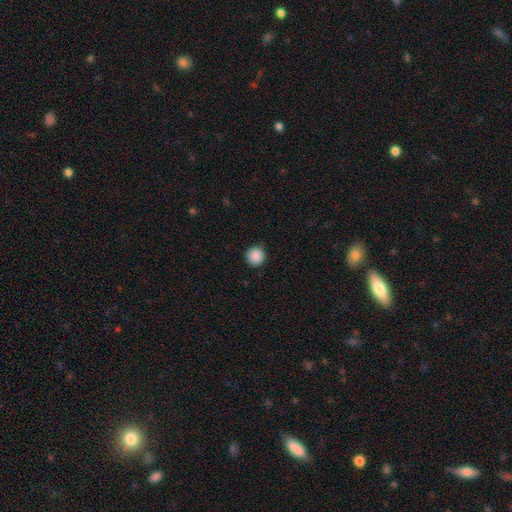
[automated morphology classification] Smooth or featured? Predicted: smooth (p=0.89). How rounded? Predicted: round (p=0.94). Merging? Predicted: none (p=0.90).